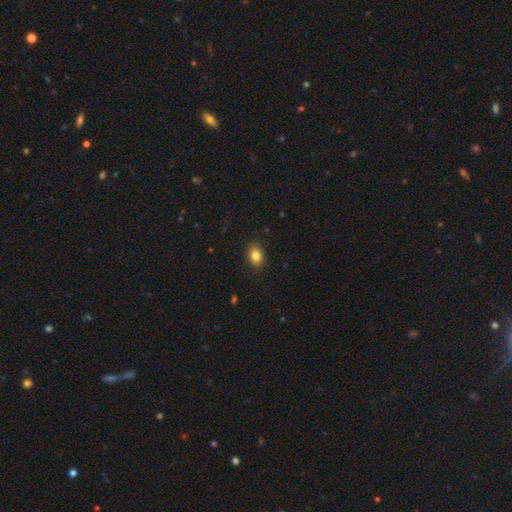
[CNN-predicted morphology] The model was most divided on "how rounded": in between: 73%, round: 26%, cigar-shaped: 1%. More confident: merging — none (88%); smooth or featured — smooth (84%).